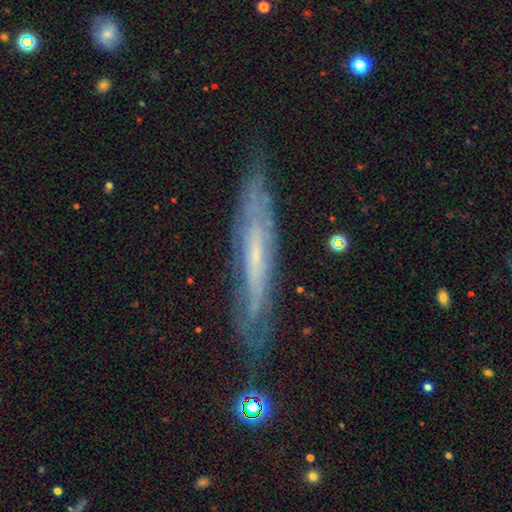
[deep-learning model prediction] Smooth or featured?
  - featured or disk: 68% *
  - smooth: 25%
  - star or artifact: 7%
Edge-on disk?
  - yes: 71% *
  - no: 29%
Merging?
  - none: 78% *
  - minor disturbance: 16%
  - major disturbance: 4%
  - merger: 2%